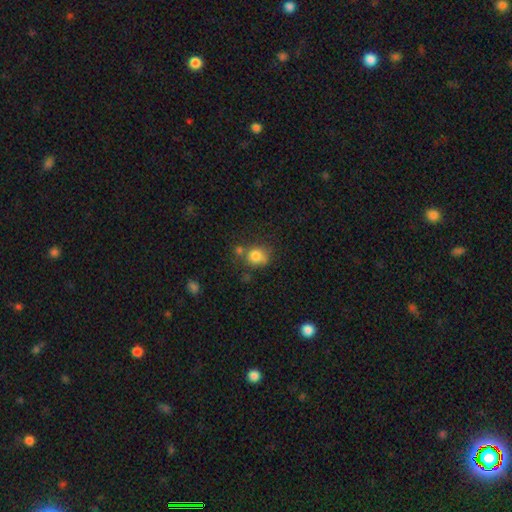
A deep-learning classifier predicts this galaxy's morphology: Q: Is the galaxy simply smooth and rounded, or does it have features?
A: smooth — 81%.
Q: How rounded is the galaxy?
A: round — 76%.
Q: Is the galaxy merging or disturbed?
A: none — 54%.